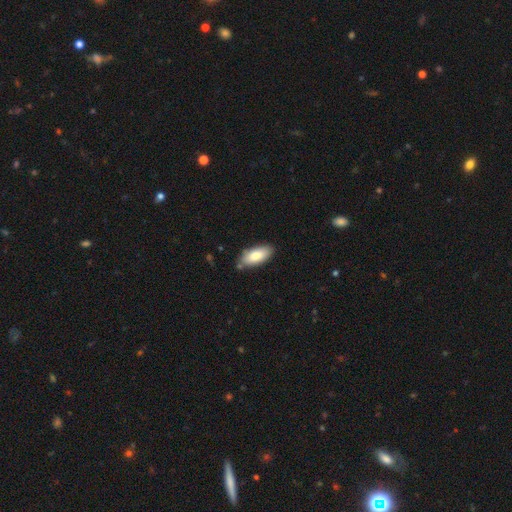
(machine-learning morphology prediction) smooth_or_featured: smooth (p=0.81) [alt: featured or disk p=0.13]
how_rounded: in between (p=0.88) [alt: cigar-shaped p=0.10]
merging: none (p=0.79) [alt: minor disturbance p=0.15]